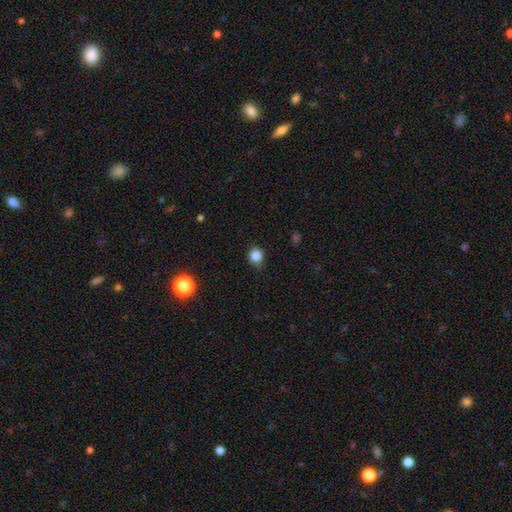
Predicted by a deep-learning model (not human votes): A smooth galaxy with no disk features (84%) that is round (82%).

Vote fractions:
- Smooth or featured? smooth: 84% / star or artifact: 12% / featured or disk: 4%
- How rounded? round: 82% / in between: 17% / cigar-shaped: 1%
- Merging? none: 80% / minor disturbance: 16% / major disturbance: 3% / merger: 1%